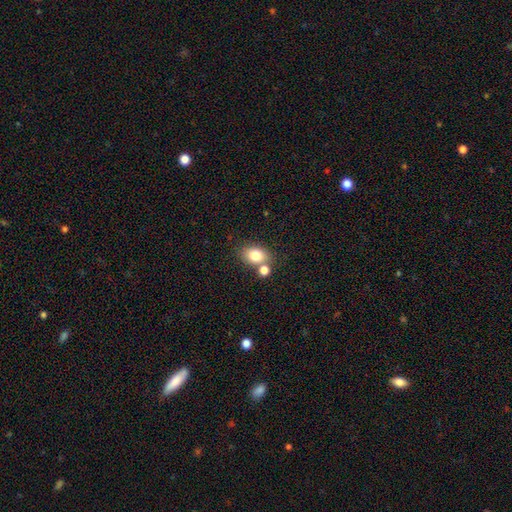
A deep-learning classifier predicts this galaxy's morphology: Smooth or featured: smooth — 80% (star or artifact — 10%)
How rounded: in between — 67% (round — 32%)
Merging: none — 61% (merger — 25%)